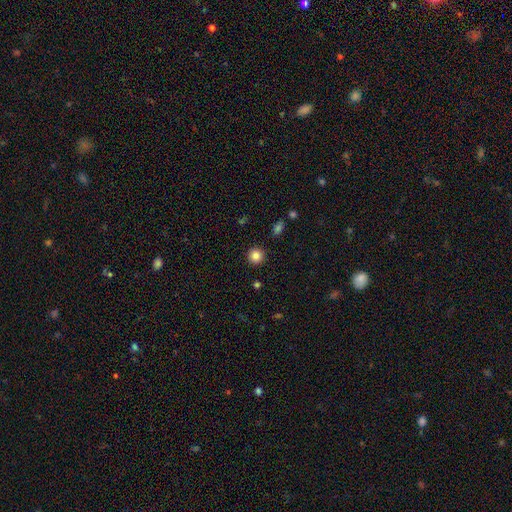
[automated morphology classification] This is clearly a smooth galaxy (85%). How rounded: clearly round (95%). Merging: clearly none (92%).